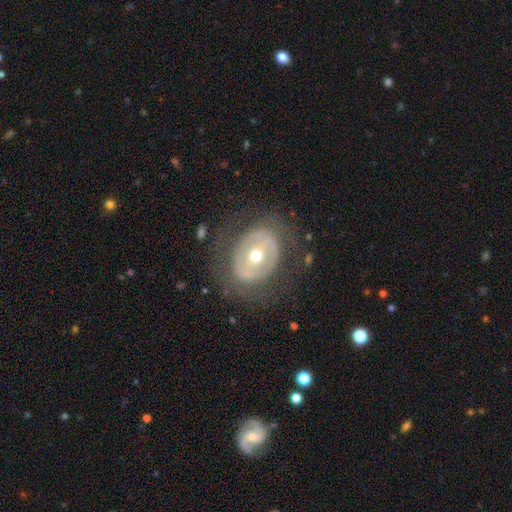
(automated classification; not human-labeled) A featured or disk galaxy (67%) with no bar (53%), no spiral arms (79%) and a moderate central bulge (64%).

Vote fractions:
- Smooth or featured? featured or disk: 67% / smooth: 26% / star or artifact: 6%
- Edge-on disk? no: 95% / yes: 5%
- Bar? no: 53% / weak: 26% / strong: 21%
- Spiral arms? no: 79% / yes: 21%
- Bulge size? moderate: 64% / small: 31% / large: 3% / dominant: 1% / none: 1%
- Merging? none: 72% / minor disturbance: 15% / major disturbance: 11% / merger: 1%